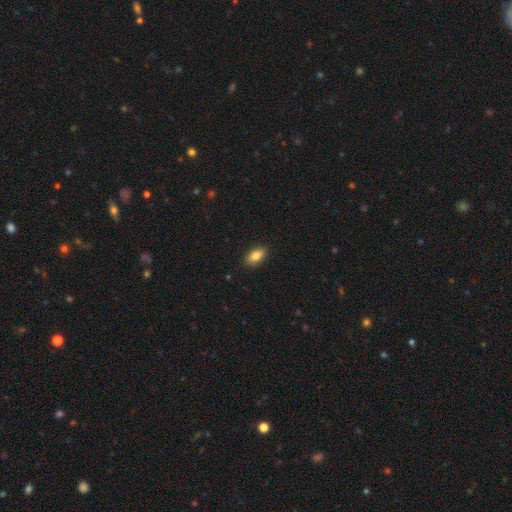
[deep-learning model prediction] smooth-or-featured: smooth: 84% | featured or disk: 9% | star or artifact: 7%
  how-rounded: in between: 89% | cigar-shaped: 6% | round: 5%
  merging: none: 88% | minor disturbance: 9% | major disturbance: 2% | merger: 1%